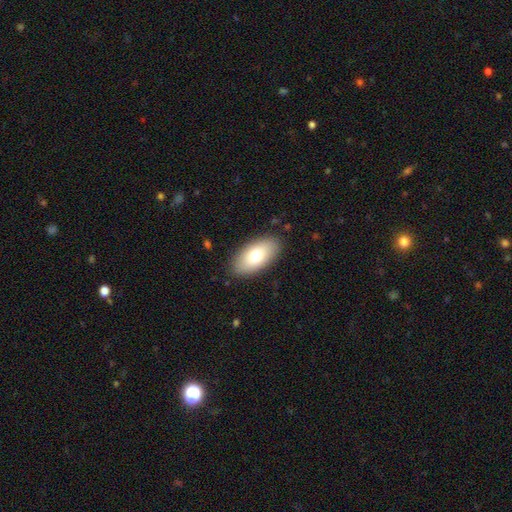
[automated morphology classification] smooth 74%, featured or disk 20%, star or artifact 6%. Down the decision tree: how rounded — in between (94%); merging — none (87%).